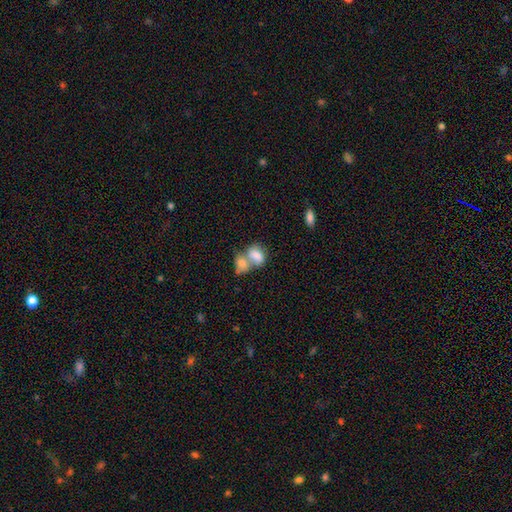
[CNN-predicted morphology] Q: Smooth or featured?
A: smooth (78%); runner-up: featured or disk (14%)
Q: How rounded?
A: in between (78%); runner-up: round (20%)
Q: Merging?
A: merger (69%); runner-up: none (19%)